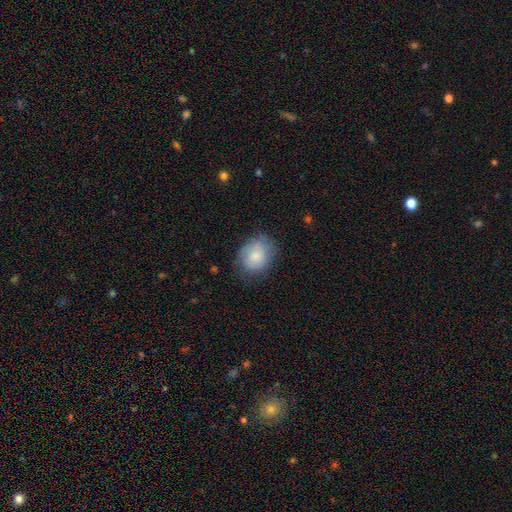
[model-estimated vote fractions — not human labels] Smooth or featured? smooth (72%)
How rounded? round (53%)
Merging? none (65%)